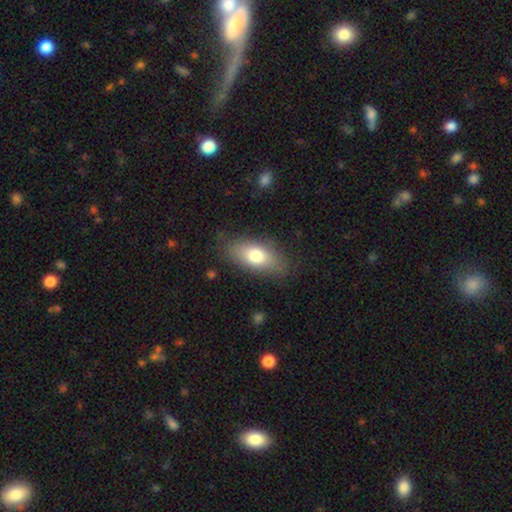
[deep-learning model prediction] The model was most divided on "smooth or featured": smooth: 75%, featured or disk: 18%, star or artifact: 7%. More confident: how rounded — in between (86%); merging — none (81%).